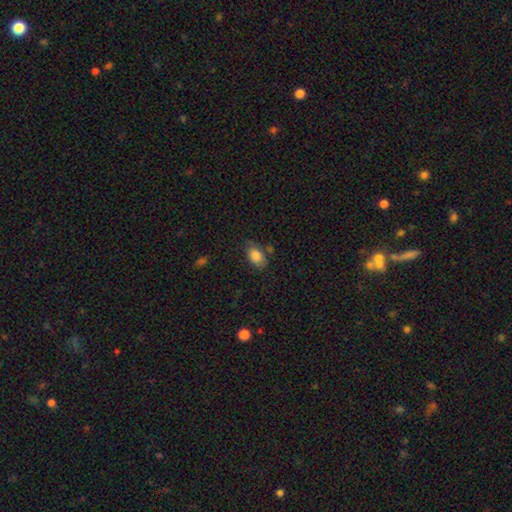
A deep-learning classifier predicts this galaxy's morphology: smooth-or-featured: smooth: 82% | featured or disk: 10% | star or artifact: 8%
  how-rounded: in between: 88% | round: 11% | cigar-shaped: 2%
  merging: none: 64% | minor disturbance: 24% | major disturbance: 7% | merger: 5%